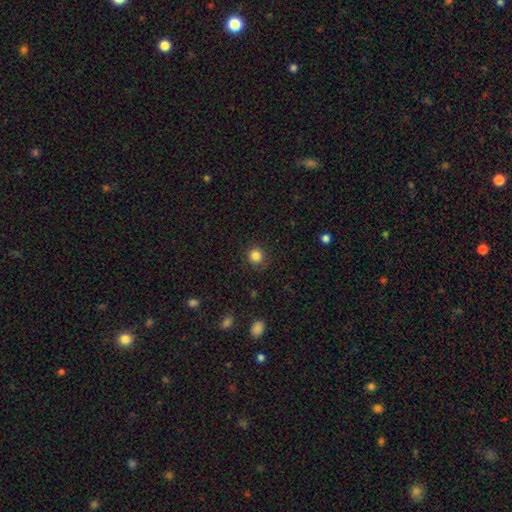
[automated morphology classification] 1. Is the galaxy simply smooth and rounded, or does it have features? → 84% smooth, 12% star or artifact, 4% featured or disk.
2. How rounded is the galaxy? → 90% round, 9% in between, 1% cigar-shaped.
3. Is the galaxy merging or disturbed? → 86% none, 9% minor disturbance, 3% major disturbance, 1% merger.